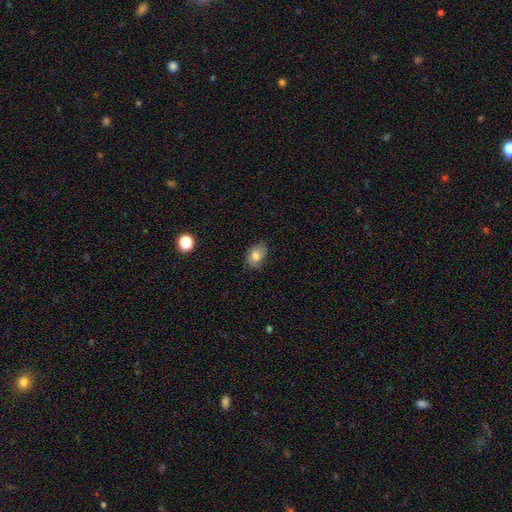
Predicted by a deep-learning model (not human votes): smooth-or-featured: smooth: 78% | featured or disk: 12% | star or artifact: 10%
  how-rounded: in between: 76% | round: 23% | cigar-shaped: 1%
  merging: none: 67% | minor disturbance: 26% | major disturbance: 5% | merger: 1%